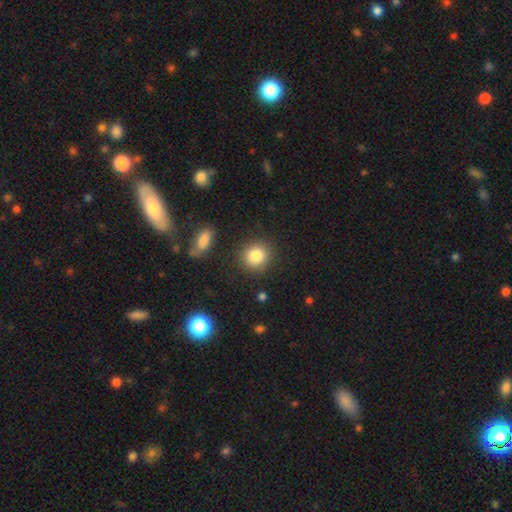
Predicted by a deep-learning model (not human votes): Smooth or featured? Predicted: smooth (p=0.83). How rounded? Predicted: round (p=0.83). Merging? Predicted: none (p=0.86).